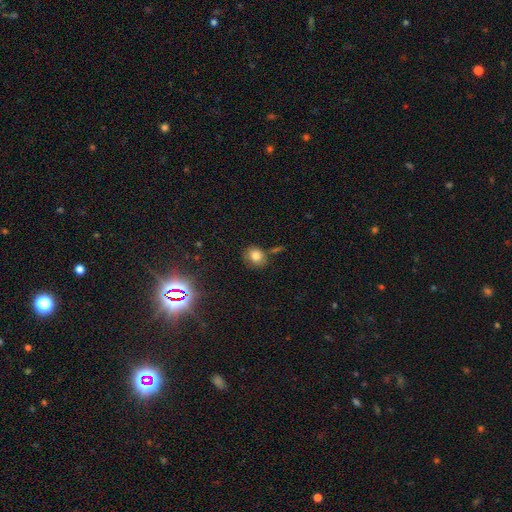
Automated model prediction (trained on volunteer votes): This appears to be a smooth galaxy with no disk features (79%) that is round (69%). Merging: none (70%).